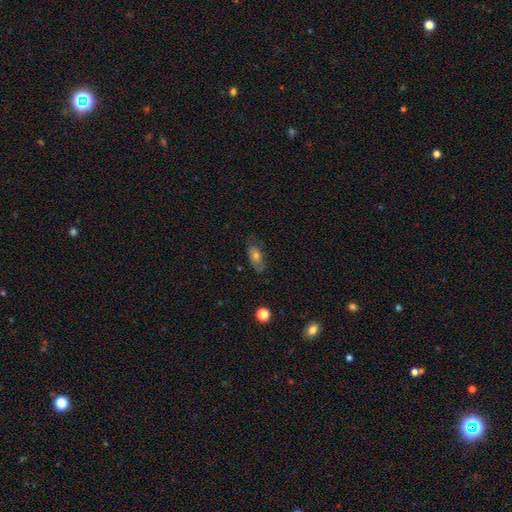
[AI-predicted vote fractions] smooth 59%, featured or disk 30%, star or artifact 11%. Down the decision tree: how rounded — in between (84%); merging — none (68%).